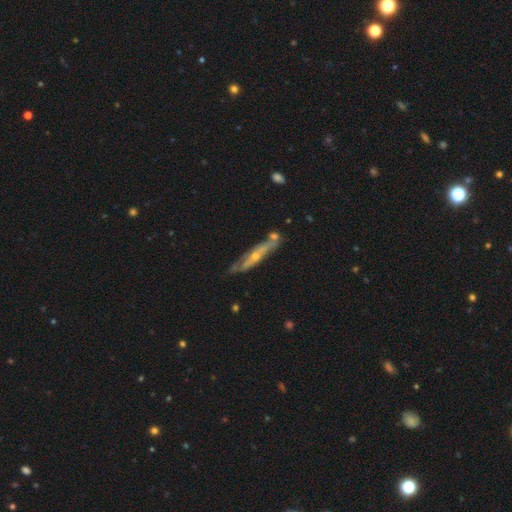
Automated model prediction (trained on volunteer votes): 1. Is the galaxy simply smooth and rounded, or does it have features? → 72% featured or disk, 22% smooth, 6% star or artifact.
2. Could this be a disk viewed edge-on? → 69% yes, 31% no.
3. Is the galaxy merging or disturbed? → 63% none, 21% minor disturbance, 10% merger, 6% major disturbance.